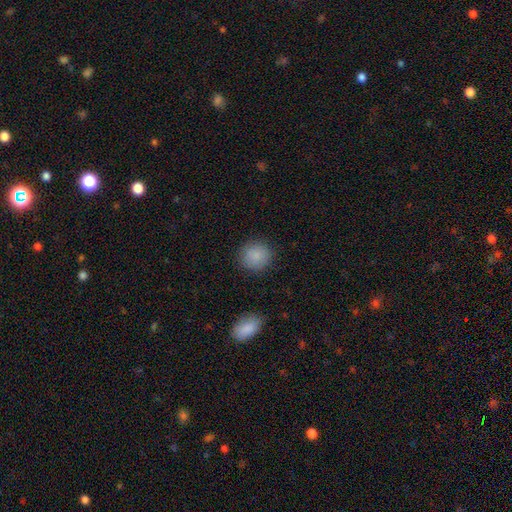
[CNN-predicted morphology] This is clearly a smooth galaxy (87%). How rounded: clearly round (89%). Merging: clearly none (88%).